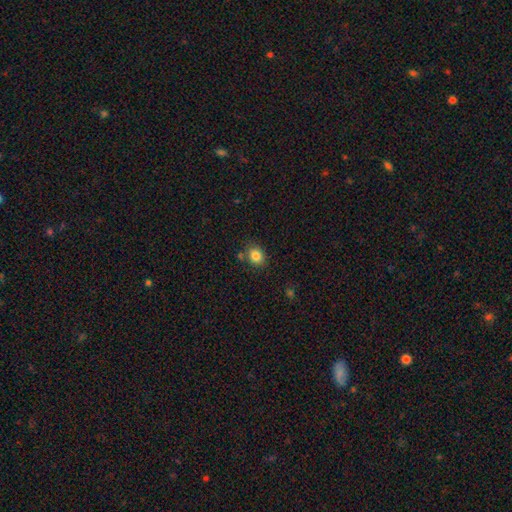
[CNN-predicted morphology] A smooth galaxy with no disk features (84%) that is round (55%).

Vote fractions:
- Smooth or featured? smooth: 84% / star or artifact: 10% / featured or disk: 6%
- How rounded? round: 55% / in between: 44% / cigar-shaped: 1%
- Merging? none: 77% / minor disturbance: 12% / merger: 7% / major disturbance: 3%